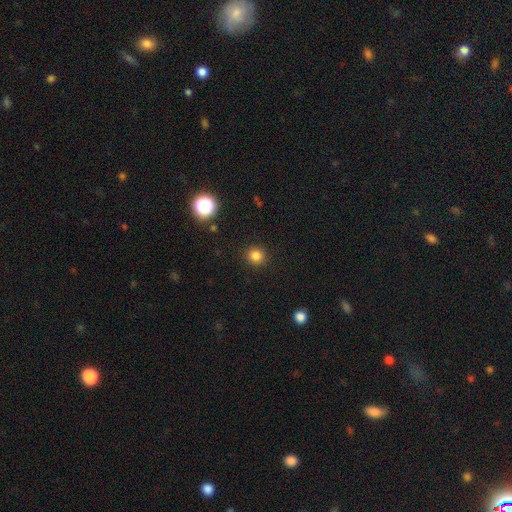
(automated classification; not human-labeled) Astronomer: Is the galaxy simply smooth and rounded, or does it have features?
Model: smooth — 82%.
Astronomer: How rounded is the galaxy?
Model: round — 92%.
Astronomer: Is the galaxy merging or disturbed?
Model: none — 92%.